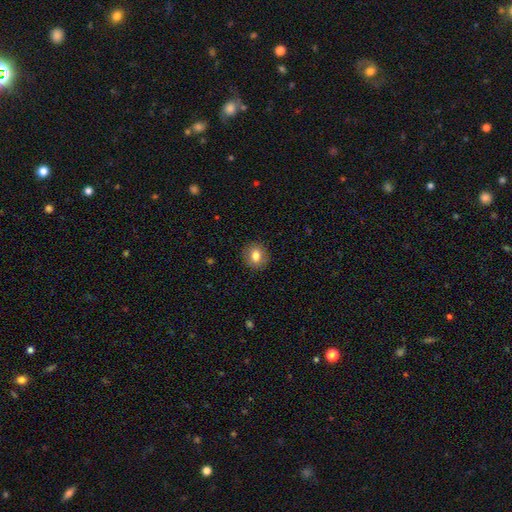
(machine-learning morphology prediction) type=smooth (80%); roundness=round (80%); merging=none (90%).